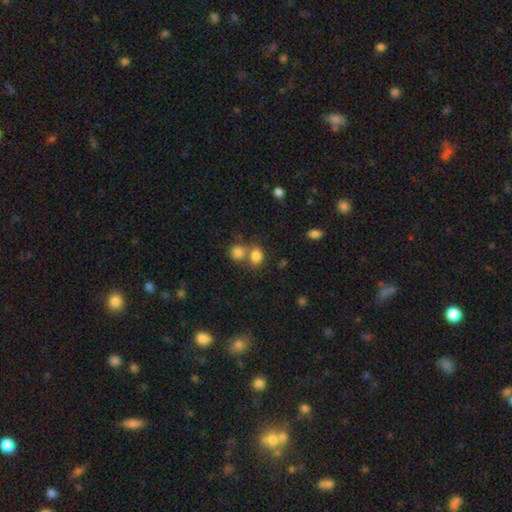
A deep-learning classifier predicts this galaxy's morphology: A smooth galaxy with no disk features (82%) that is in between round and cigar-shaped (59%).

Vote fractions:
- Smooth or featured? smooth: 82% / star or artifact: 11% / featured or disk: 7%
- How rounded? in between: 59% / round: 39% / cigar-shaped: 1%
- Merging? merger: 47% / none: 40% / minor disturbance: 9% / major disturbance: 4%